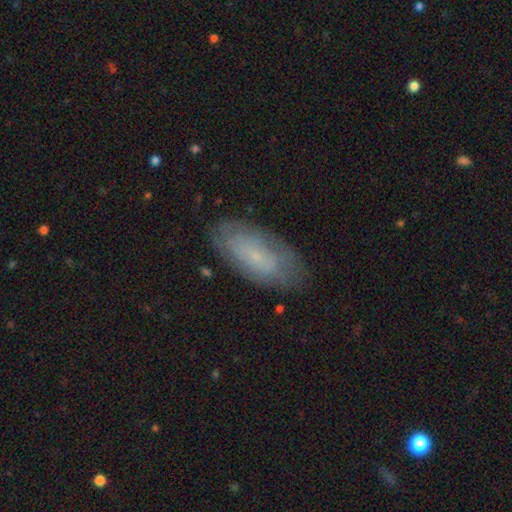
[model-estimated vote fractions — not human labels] A smooth galaxy with no disk features (50%).

Vote fractions:
- Smooth or featured? smooth: 50% / featured or disk: 41% / star or artifact: 9%
- Merging? none: 77% / minor disturbance: 17% / major disturbance: 5% / merger: 1%